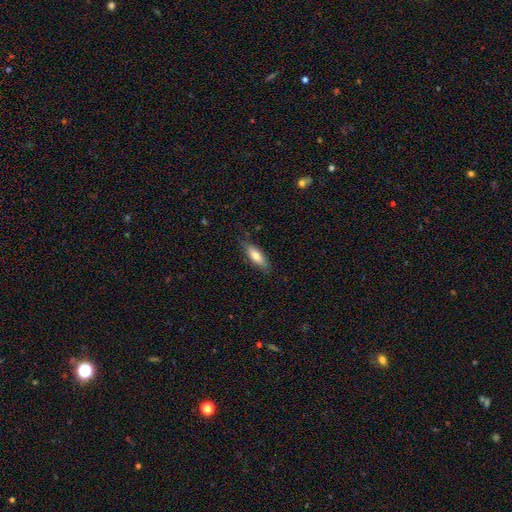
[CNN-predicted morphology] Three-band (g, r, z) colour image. It shows a smooth galaxy with no disk features (73%) that is in between round and cigar-shaped (56%). Merging: none (80%).